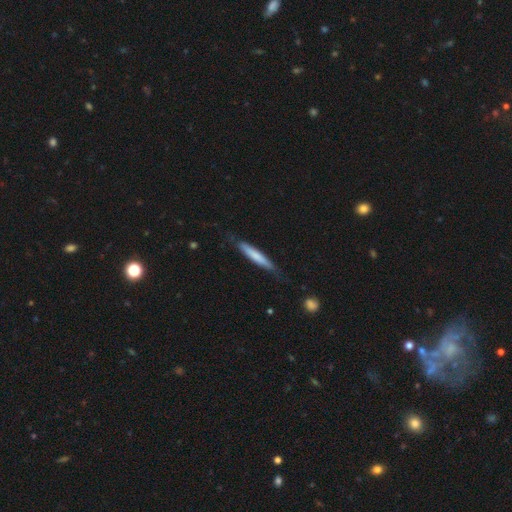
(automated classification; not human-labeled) Smooth or featured?
  - smooth: 70% *
  - featured or disk: 25%
  - star or artifact: 5%
How rounded?
  - cigar-shaped: 93% *
  - in between: 6%
  - round: 1%
Merging?
  - none: 77% *
  - minor disturbance: 19%
  - major disturbance: 3%
  - merger: 1%